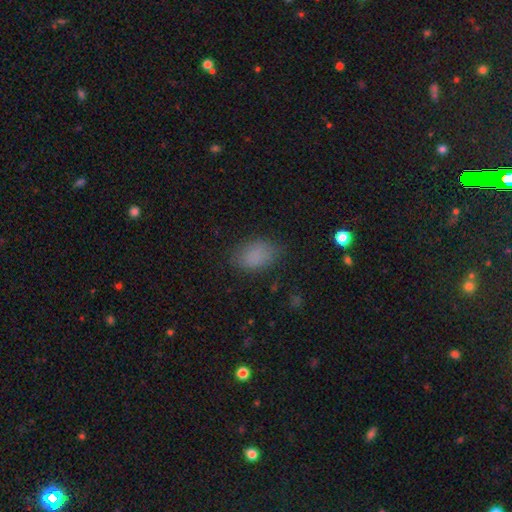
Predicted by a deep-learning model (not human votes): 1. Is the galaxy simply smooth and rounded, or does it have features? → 85% smooth, 10% star or artifact, 5% featured or disk.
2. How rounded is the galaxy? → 85% in between, 13% round, 1% cigar-shaped.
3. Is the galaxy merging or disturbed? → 78% none, 16% minor disturbance, 5% major disturbance, 1% merger.